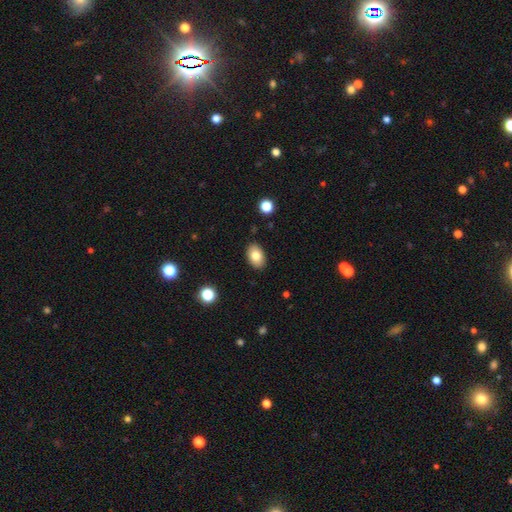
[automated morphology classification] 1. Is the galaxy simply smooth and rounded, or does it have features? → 80% smooth, 12% featured or disk, 8% star or artifact.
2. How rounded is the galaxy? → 86% in between, 13% round, 1% cigar-shaped.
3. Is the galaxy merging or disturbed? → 88% none, 9% minor disturbance, 2% major disturbance, 1% merger.